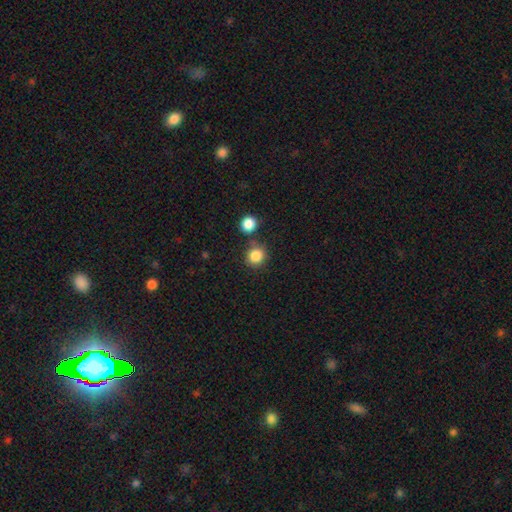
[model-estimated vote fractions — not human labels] This appears to be a smooth galaxy with no disk features (85%) that is round (88%). Merging: none (74%).